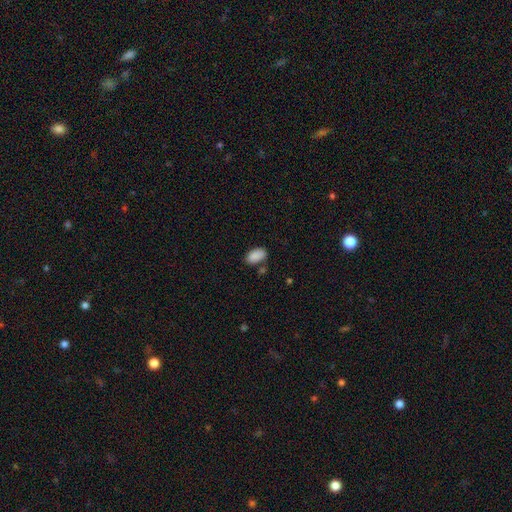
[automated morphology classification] Overall: smooth (89%). How rounded: in between (95%). Merging: none (74%).